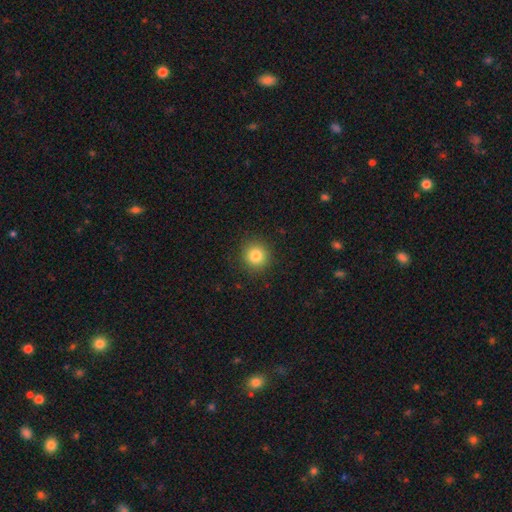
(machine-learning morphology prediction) smooth_or_featured: smooth (p=0.83) [alt: star or artifact p=0.11]
how_rounded: round (p=0.93) [alt: in between p=0.06]
merging: none (p=0.90) [alt: minor disturbance p=0.06]